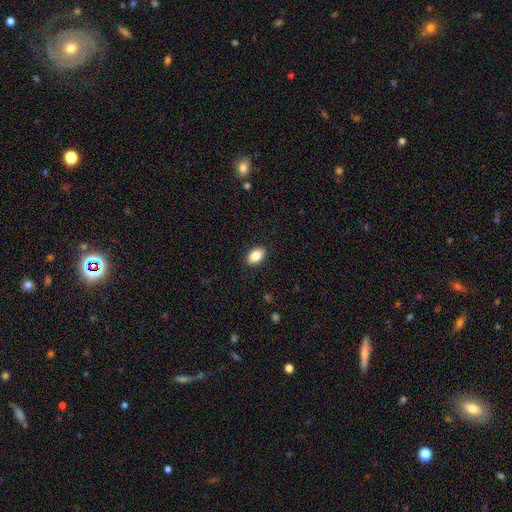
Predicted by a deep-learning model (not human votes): Overall: smooth (86%). How rounded: in between (92%). Merging: none (89%).